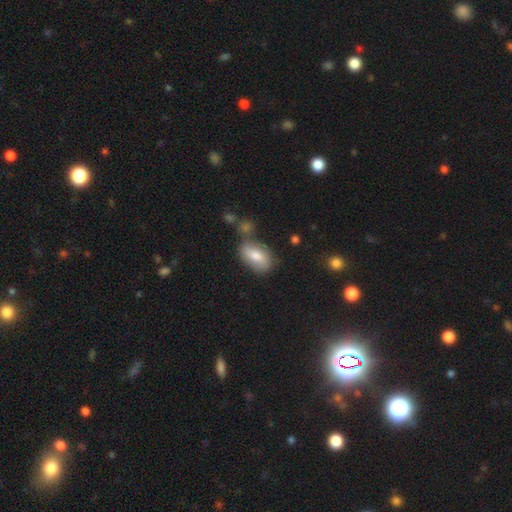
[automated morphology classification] Smooth or featured? smooth (70%)
How rounded? in between (89%)
Merging? none (63%)